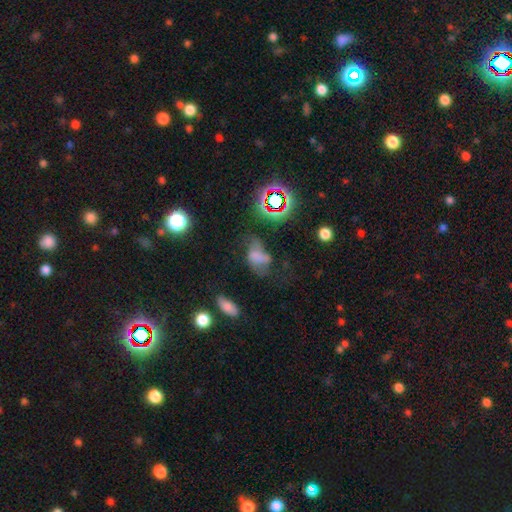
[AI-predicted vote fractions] smooth_or_featured: smooth (p=0.42) [alt: featured or disk p=0.35]
merging: major disturbance (p=0.37) [alt: none p=0.32]